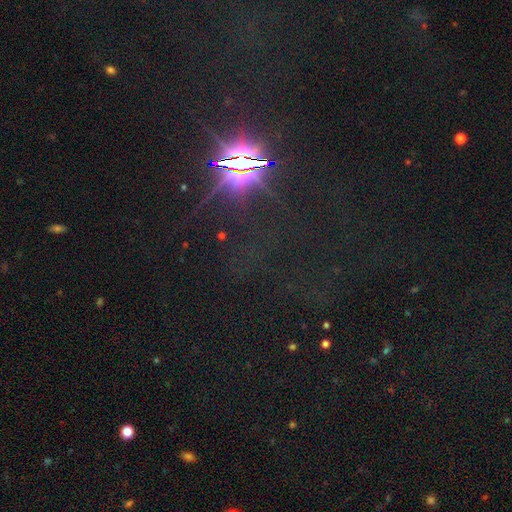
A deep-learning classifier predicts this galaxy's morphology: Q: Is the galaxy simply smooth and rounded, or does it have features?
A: star or artifact — 84%.